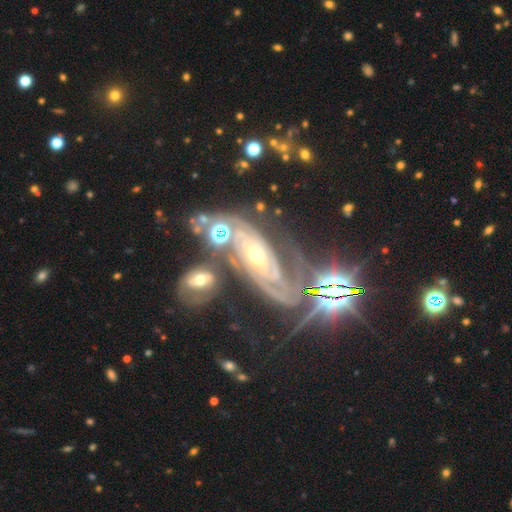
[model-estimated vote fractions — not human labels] featured or disk 80%, star or artifact 14%, smooth 6%. Down the decision tree: edge-on disk — no (93%); bar — no (63%); spiral arms — yes (95%); spiral arm count — 2 (35%); spiral winding — tight (67%); bulge size — moderate (53%); merging — none (53%).